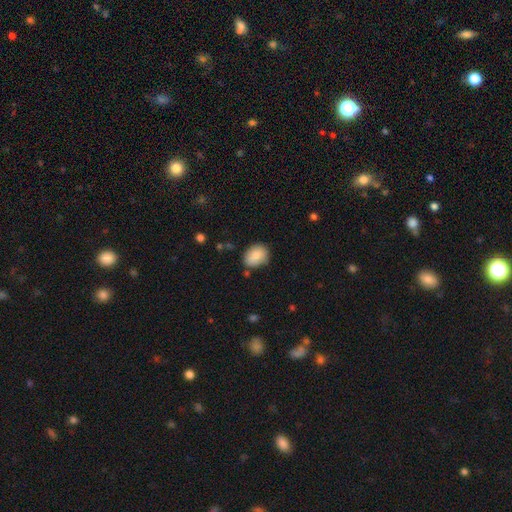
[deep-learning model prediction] smooth 85%, star or artifact 7%, featured or disk 7%. Down the decision tree: how rounded — in between (59%); merging — none (74%).